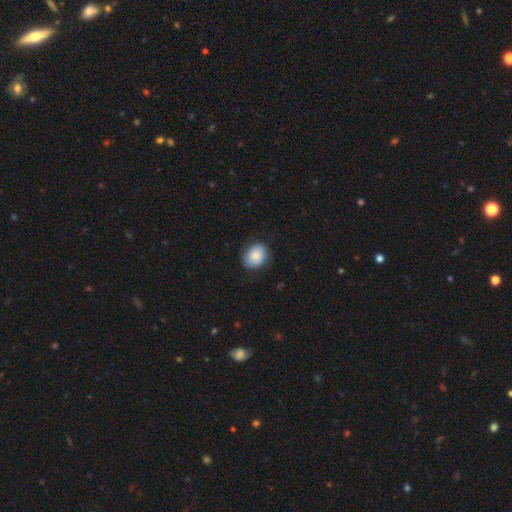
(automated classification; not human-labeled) Smooth or featured?
  - smooth: 87% *
  - star or artifact: 7%
  - featured or disk: 6%
How rounded?
  - in between: 52% *
  - round: 48%
  - cigar-shaped: 1%
Merging?
  - none: 85% *
  - minor disturbance: 12%
  - major disturbance: 3%
  - merger: 1%